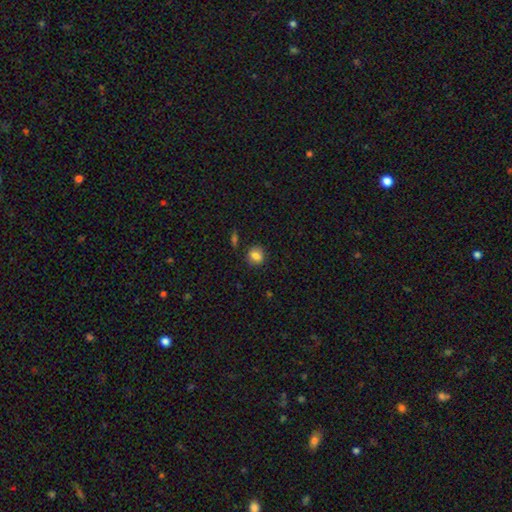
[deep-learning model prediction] Smooth or featured? Predicted: smooth (p=0.83). How rounded? Predicted: round (p=0.73). Merging? Predicted: none (p=0.82).